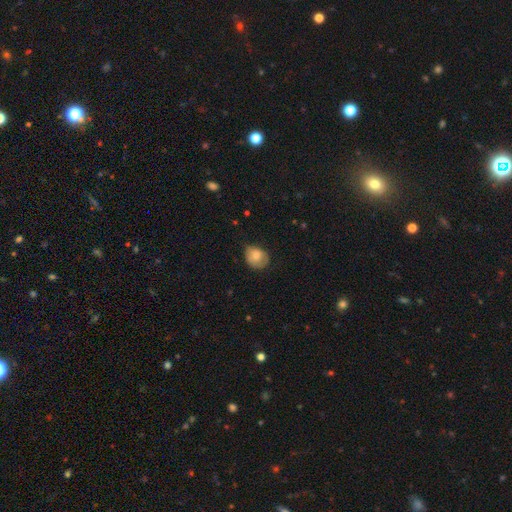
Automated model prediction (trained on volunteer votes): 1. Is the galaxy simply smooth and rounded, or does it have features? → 74% smooth, 19% featured or disk, 8% star or artifact.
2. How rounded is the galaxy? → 53% round, 46% in between, 1% cigar-shaped.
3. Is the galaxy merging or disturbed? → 55% none, 35% minor disturbance, 10% major disturbance, 1% merger.